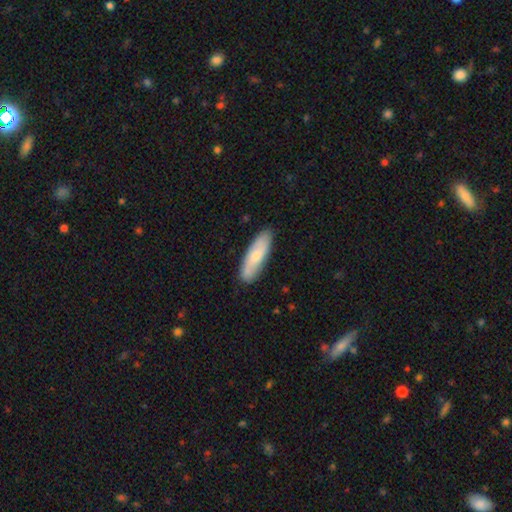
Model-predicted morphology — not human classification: Smooth or featured?
  - smooth: 66% *
  - featured or disk: 28%
  - star or artifact: 5%
How rounded?
  - cigar-shaped: 55% *
  - in between: 43%
  - round: 2%
Merging?
  - none: 86% *
  - minor disturbance: 11%
  - major disturbance: 2%
  - merger: 1%